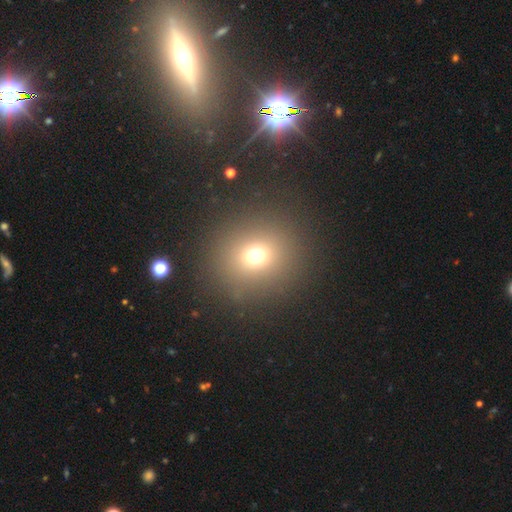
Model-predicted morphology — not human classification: Smooth or featured? smooth (68%)
How rounded? round (87%)
Merging? none (86%)